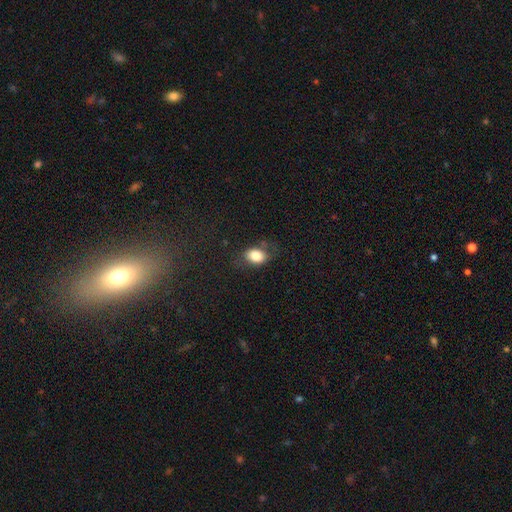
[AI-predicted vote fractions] smooth_or_featured: smooth (p=0.83) [alt: star or artifact p=0.09]
how_rounded: in between (p=0.77) [alt: round p=0.21]
merging: none (p=0.61) [alt: minor disturbance p=0.25]